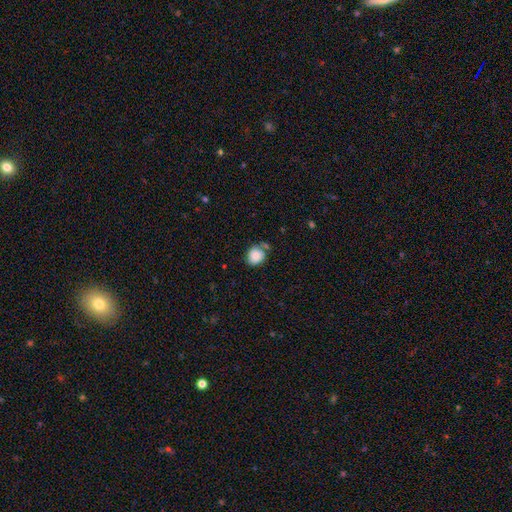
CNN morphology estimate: A smooth galaxy with no disk features (83%) that is round (66%). Merging: none (57%).